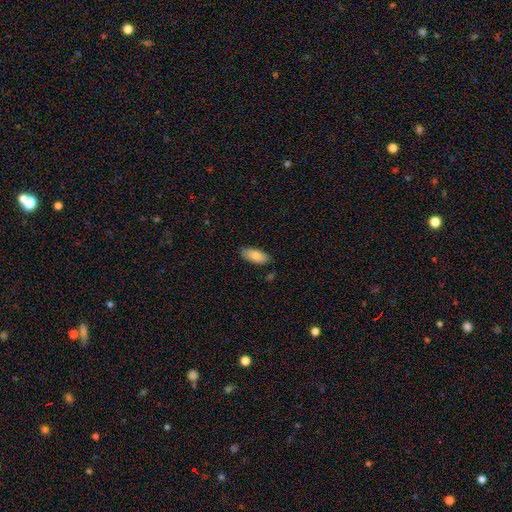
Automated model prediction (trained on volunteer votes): The model was most divided on "merging": none: 82%, minor disturbance: 14%, major disturbance: 2%, merger: 2%. More confident: how rounded — in between (86%); smooth or featured — smooth (83%).